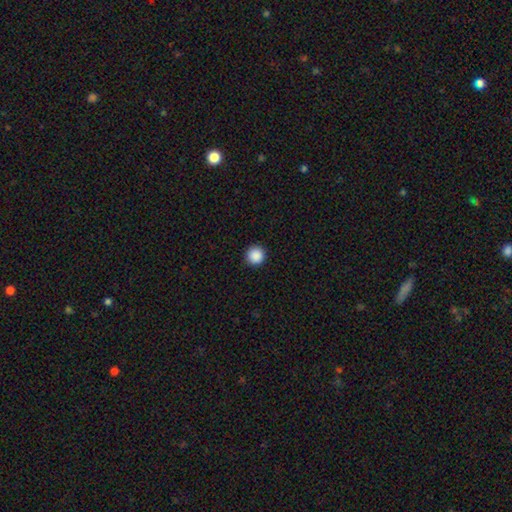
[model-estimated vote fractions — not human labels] A smooth galaxy with no disk features (89%) that is round (96%). Merging: none (93%).